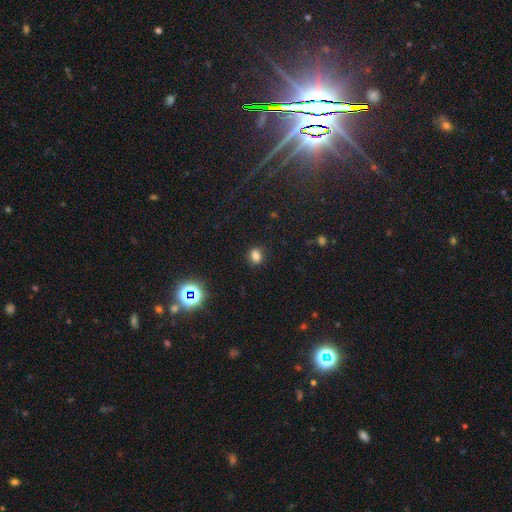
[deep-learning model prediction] This appears to be a smooth galaxy with no disk features (77%) that is in between round and cigar-shaped (53%). Merging: none (83%).